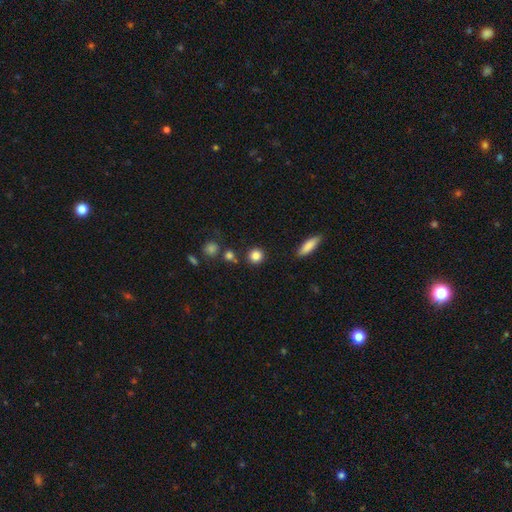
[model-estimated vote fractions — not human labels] Overall: smooth (84%). How rounded: round (90%). Merging: none (85%).